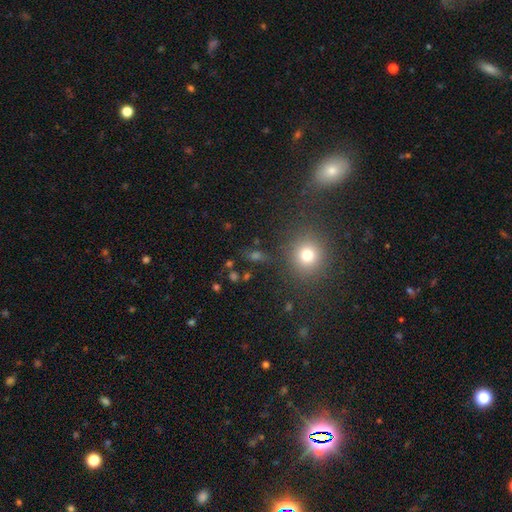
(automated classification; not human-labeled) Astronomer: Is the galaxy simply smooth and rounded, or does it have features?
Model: smooth — 51% (runner-up: star or artifact, 38%).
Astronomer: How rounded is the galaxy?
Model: round — 57% (runner-up: in between, 37%).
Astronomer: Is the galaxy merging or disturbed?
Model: none — 83%.